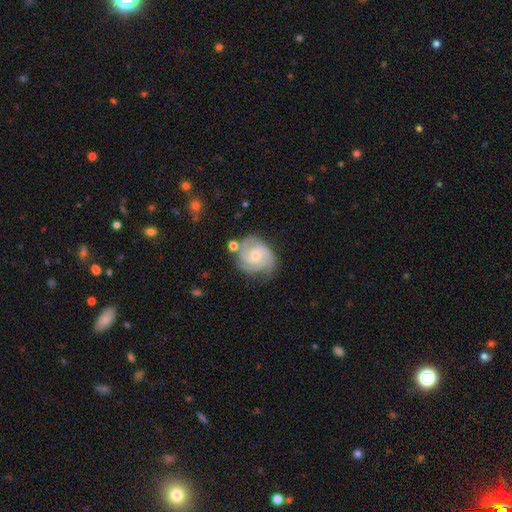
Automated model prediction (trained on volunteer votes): A featured or disk galaxy (88%) with no bar (62%), 3 (55%) tight (65%) spiral arms (98%) and a small central bulge (54%). Merging: none (71%).